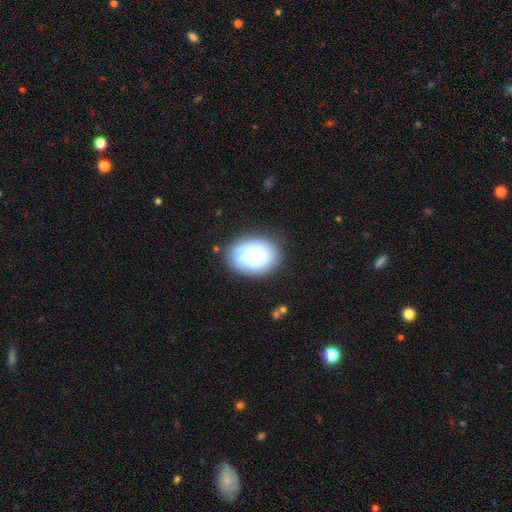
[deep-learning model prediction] featured or disk 64%, smooth 29%, star or artifact 6%. Down the decision tree: edge-on disk — no (96%); bar — no (82%); spiral arms — yes (69%); bulge size — moderate (67%); merging — none (73%).